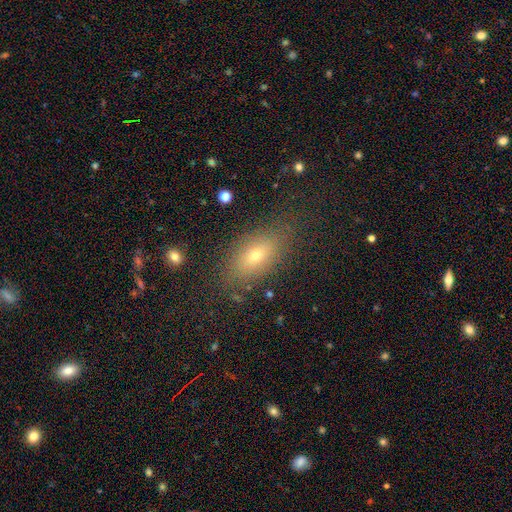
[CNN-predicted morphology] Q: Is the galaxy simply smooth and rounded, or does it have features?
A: smooth — 71%.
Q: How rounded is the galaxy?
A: in between — 83%.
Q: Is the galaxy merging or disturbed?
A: none — 78%.